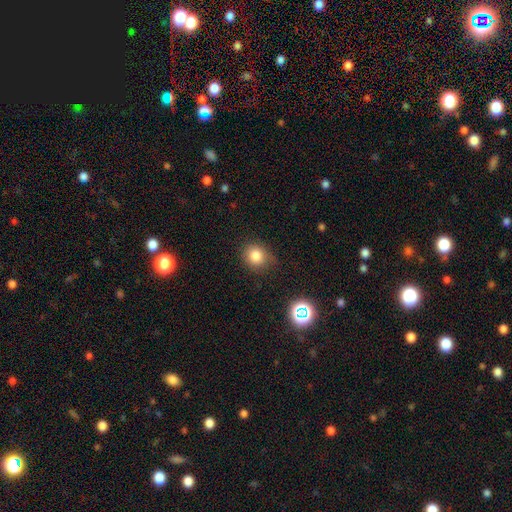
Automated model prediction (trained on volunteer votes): Smooth or featured?
  - smooth: 81% *
  - star or artifact: 13%
  - featured or disk: 6%
How rounded?
  - round: 80% *
  - in between: 19%
  - cigar-shaped: 1%
Merging?
  - none: 79% *
  - minor disturbance: 16%
  - major disturbance: 4%
  - merger: 2%